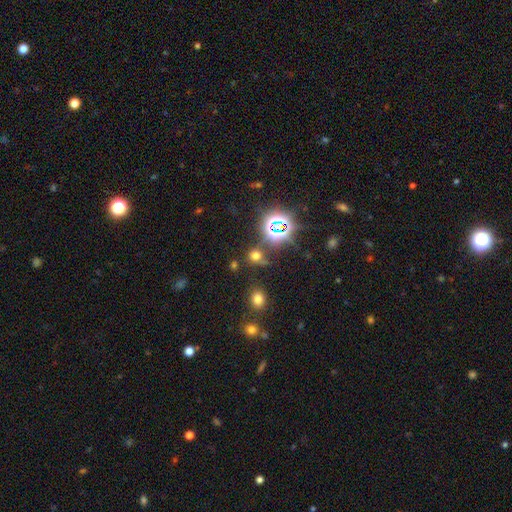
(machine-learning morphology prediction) Overall: smooth (51%; star or artifact 41%). How rounded: round (80%). Merging: none (72%).